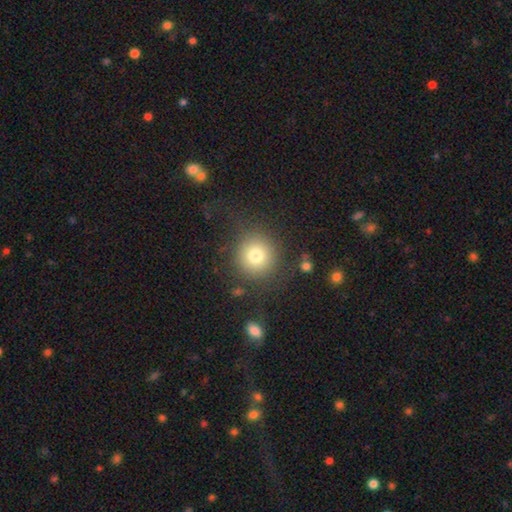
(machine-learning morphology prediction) A smooth galaxy with no disk features (77%) that is round (93%).

Vote fractions:
- Smooth or featured? smooth: 77% / star or artifact: 13% / featured or disk: 11%
- How rounded? round: 93% / in between: 6% / cigar-shaped: 1%
- Merging? none: 83% / minor disturbance: 9% / major disturbance: 6% / merger: 2%